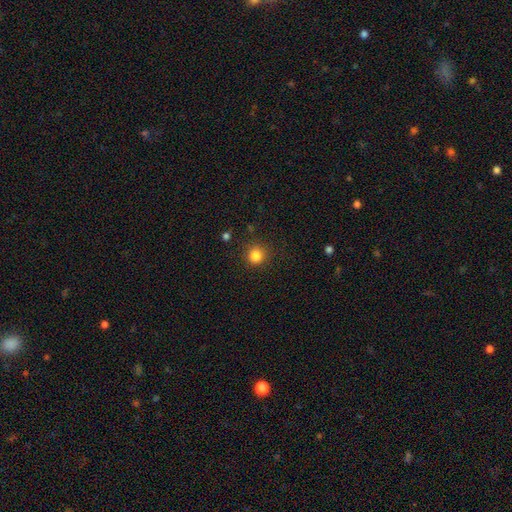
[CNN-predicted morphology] Overall: smooth (84%). How rounded: round (91%). Merging: none (88%).